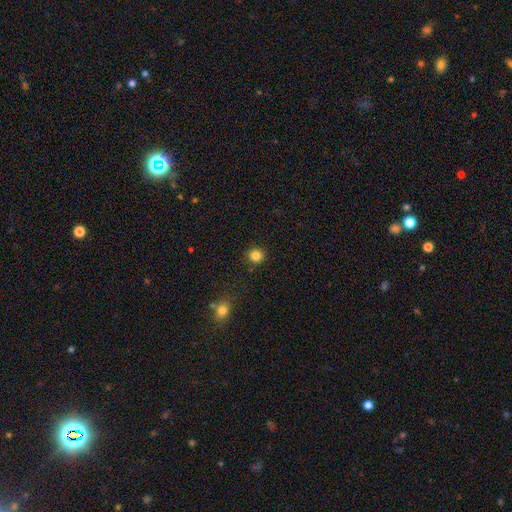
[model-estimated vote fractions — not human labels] smooth-or-featured: smooth: 84% | star or artifact: 12% | featured or disk: 4%
  how-rounded: round: 92% | in between: 7% | cigar-shaped: 1%
  merging: none: 90% | minor disturbance: 7% | major disturbance: 2% | merger: 2%